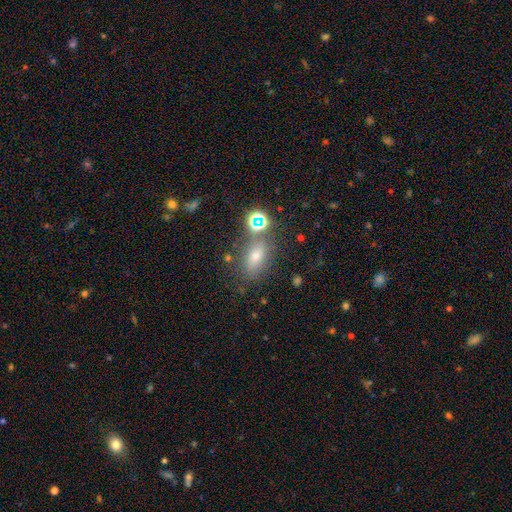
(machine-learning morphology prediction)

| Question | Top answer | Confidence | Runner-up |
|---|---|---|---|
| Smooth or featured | smooth | 61% | star or artifact (24%) |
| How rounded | in between | 74% | round (21%) |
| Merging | none | 68% | minor disturbance (14%) |